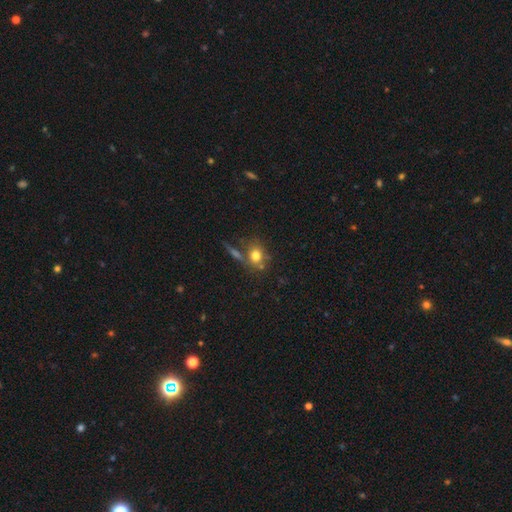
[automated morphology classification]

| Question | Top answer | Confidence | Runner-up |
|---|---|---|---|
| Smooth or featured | smooth | 73% | featured or disk (14%) |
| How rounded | round | 66% | in between (31%) |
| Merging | none | 59% | merger (20%) |